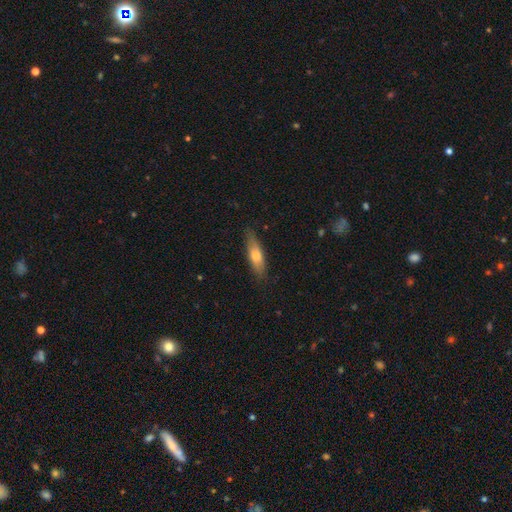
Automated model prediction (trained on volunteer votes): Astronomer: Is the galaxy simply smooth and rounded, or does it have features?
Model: smooth — 62%.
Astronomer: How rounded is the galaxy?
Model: cigar-shaped — 61%.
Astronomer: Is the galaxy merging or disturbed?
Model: none — 83%.